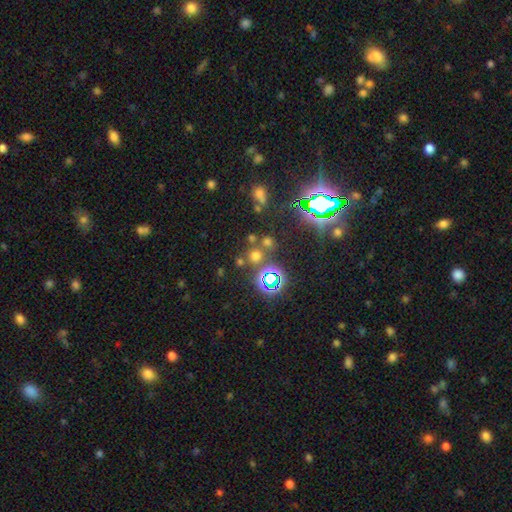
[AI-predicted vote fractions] This appears to be a smooth galaxy with no disk features (51%) that is round (90%). Merging: none (70%).